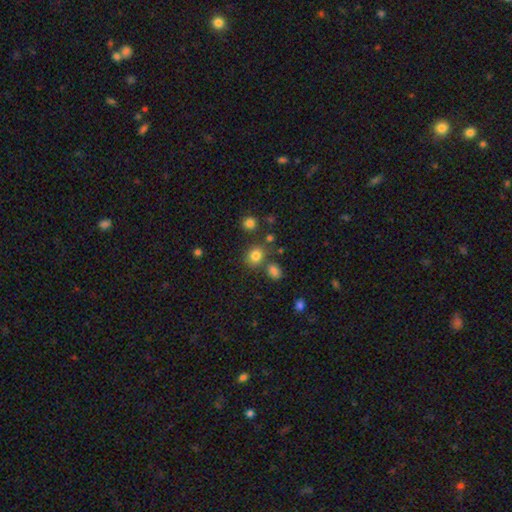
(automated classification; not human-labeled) A smooth galaxy with no disk features (81%) that is round (71%). Merging: none (73%).